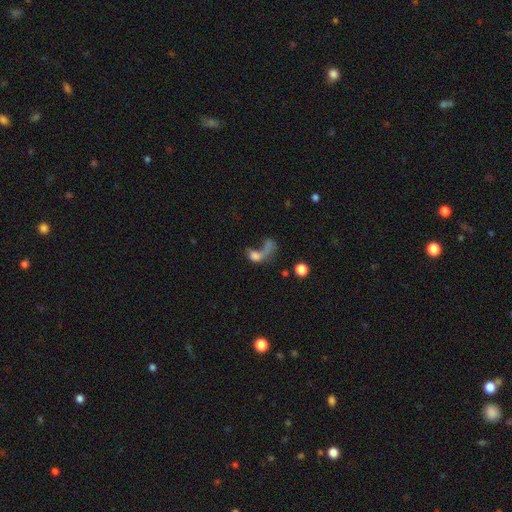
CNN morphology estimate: This is possibly a smooth galaxy (56%). How rounded: likely in between (64%). Merging: marginally major disturbance (38%).